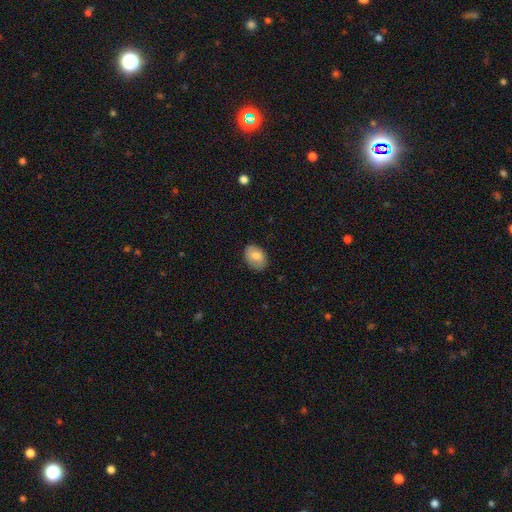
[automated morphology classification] A smooth galaxy with no disk features (78%) that is in between round and cigar-shaped (74%).

Vote fractions:
- Smooth or featured? smooth: 78% / featured or disk: 15% / star or artifact: 7%
- How rounded? in between: 74% / round: 25% / cigar-shaped: 1%
- Merging? none: 82% / minor disturbance: 14% / major disturbance: 3% / merger: 1%